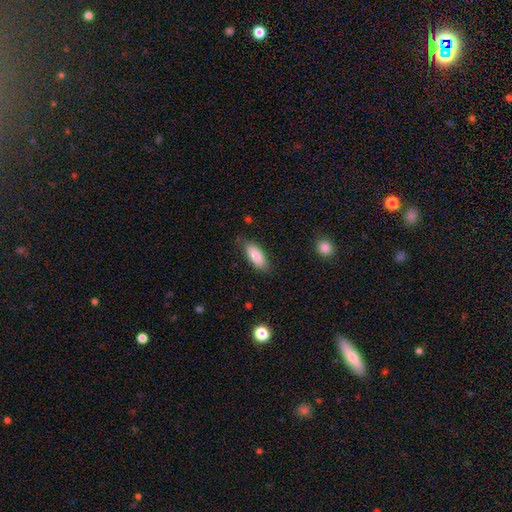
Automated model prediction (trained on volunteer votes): smooth-or-featured: smooth: 86% | featured or disk: 8% | star or artifact: 6%
  how-rounded: in between: 81% | cigar-shaped: 17% | round: 2%
  merging: none: 80% | minor disturbance: 16% | major disturbance: 3% | merger: 1%